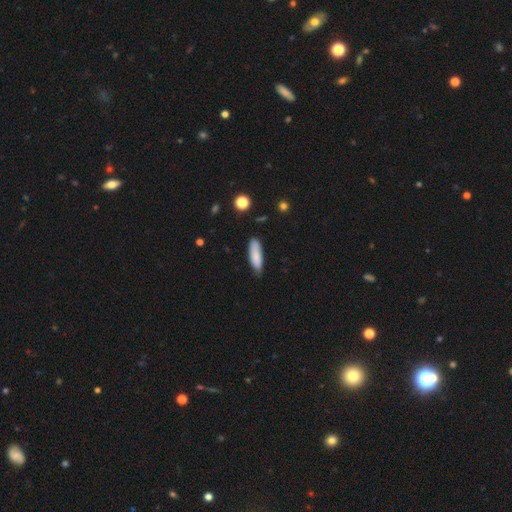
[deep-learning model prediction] Q: Smooth or featured?
A: smooth (85%); runner-up: featured or disk (9%)
Q: How rounded?
A: in between (49%); tied with: cigar-shaped (49%)
Q: Merging?
A: none (77%); runner-up: minor disturbance (19%)